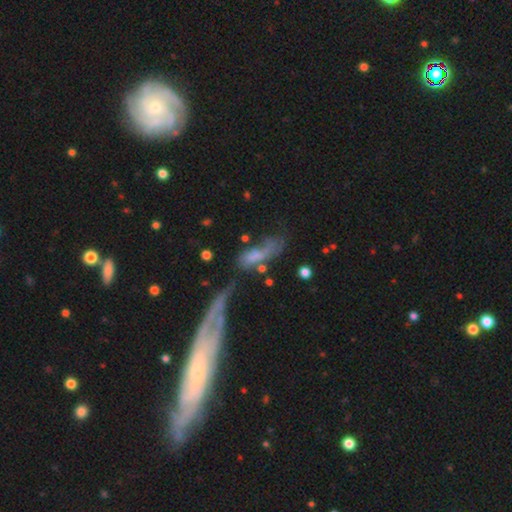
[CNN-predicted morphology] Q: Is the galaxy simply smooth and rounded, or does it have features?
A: smooth — 46%.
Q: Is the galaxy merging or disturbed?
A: major disturbance — 33%.